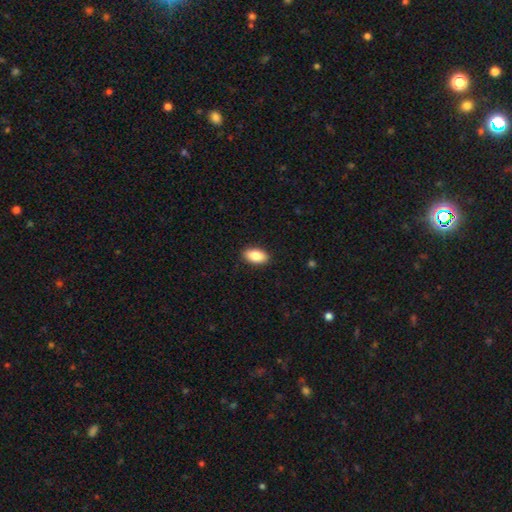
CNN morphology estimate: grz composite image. It shows a smooth galaxy with no disk features (86%) that is in between round and cigar-shaped (93%). Merging: none (90%).